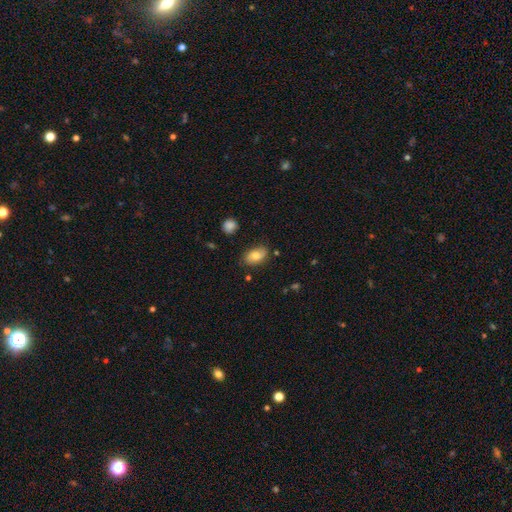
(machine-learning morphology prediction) This appears to be a smooth galaxy with no disk features (69%) that is in between round and cigar-shaped (90%). Merging: none (75%).